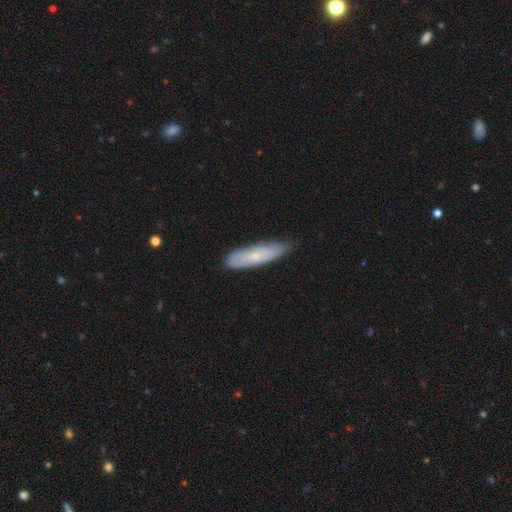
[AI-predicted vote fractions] Smooth or featured: smooth — 57% (featured or disk — 37%)
How rounded: cigar-shaped — 67% (in between — 32%)
Merging: none — 71% (minor disturbance — 24%)